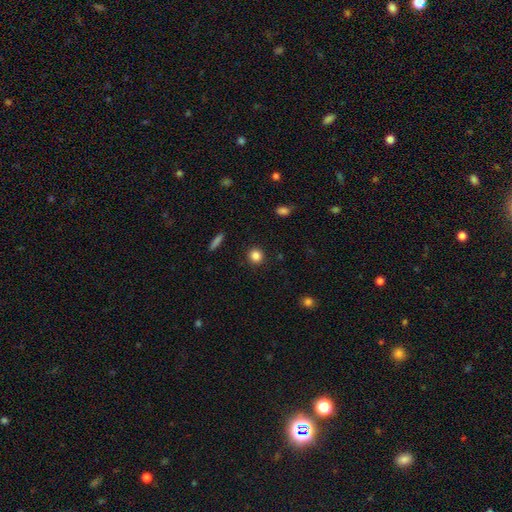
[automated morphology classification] The model was most divided on "smooth or featured": smooth: 85%, star or artifact: 11%, featured or disk: 4%. More confident: merging — none (92%); how rounded — round (91%).